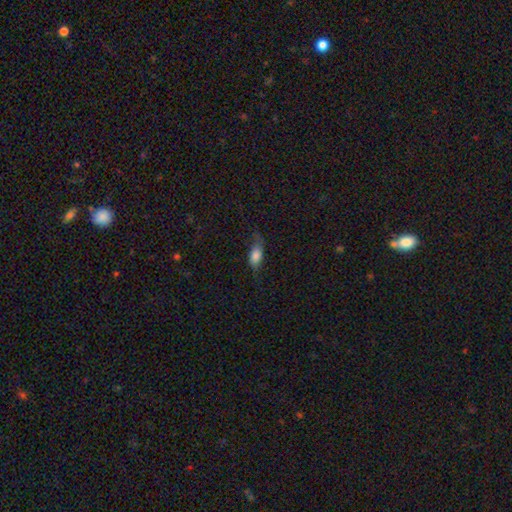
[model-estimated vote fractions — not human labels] Smooth or featured: smooth — 72% (featured or disk — 19%)
How rounded: in between — 80% (cigar-shaped — 15%)
Merging: none — 53% (minor disturbance — 30%)